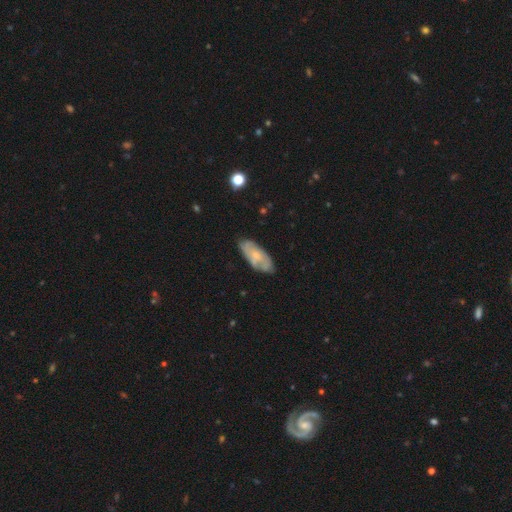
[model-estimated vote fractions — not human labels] This appears to be a featured or disk galaxy (50%). Merging: none (75%).